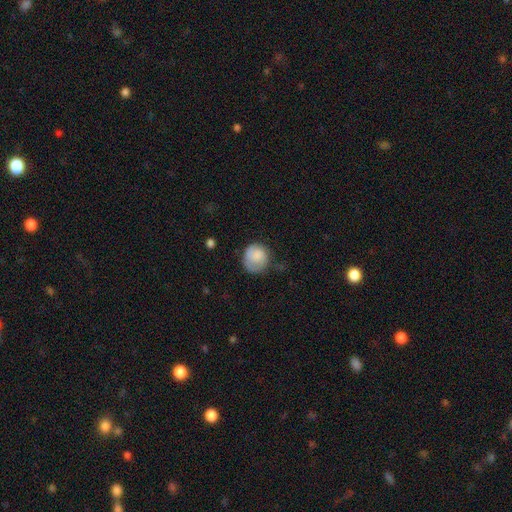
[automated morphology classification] smooth-or-featured: smooth: 70% | featured or disk: 23% | star or artifact: 7%
  how-rounded: round: 82% | in between: 17% | cigar-shaped: 1%
  merging: none: 59% | minor disturbance: 26% | major disturbance: 13% | merger: 2%